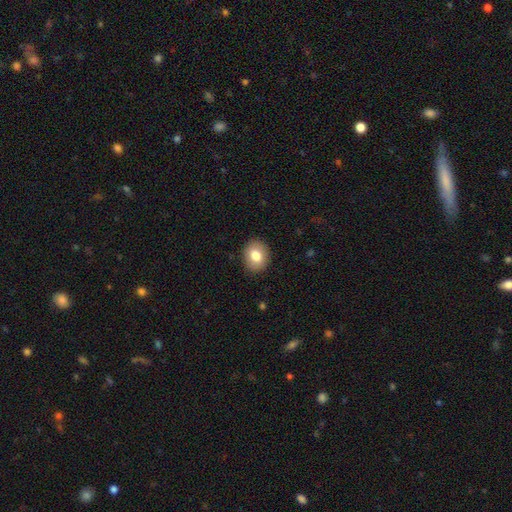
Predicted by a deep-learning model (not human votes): Morphology: type=smooth (80%); roundness=round (52%); merging=none (89%).